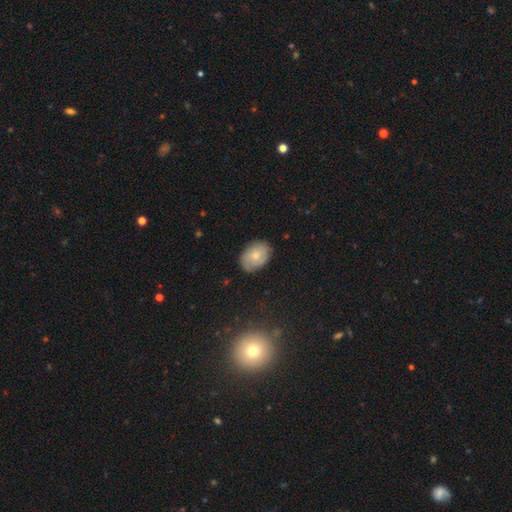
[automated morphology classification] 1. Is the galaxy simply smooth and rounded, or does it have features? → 70% smooth, 23% featured or disk, 8% star or artifact.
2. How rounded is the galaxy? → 79% in between, 20% round, 1% cigar-shaped.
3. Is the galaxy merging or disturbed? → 80% none, 16% minor disturbance, 3% major disturbance, 1% merger.